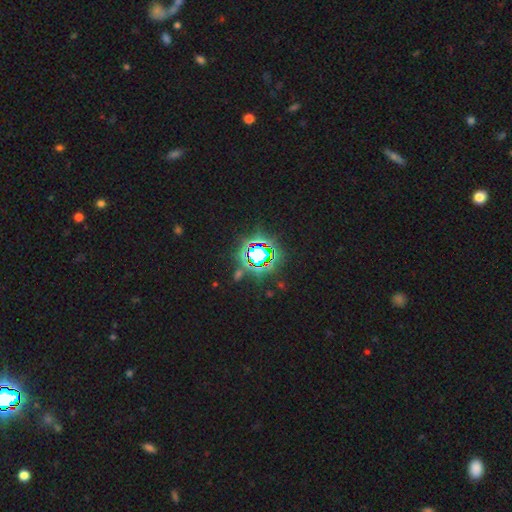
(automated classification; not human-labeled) smooth_or_featured: star or artifact (p=0.74) [alt: smooth p=0.16]